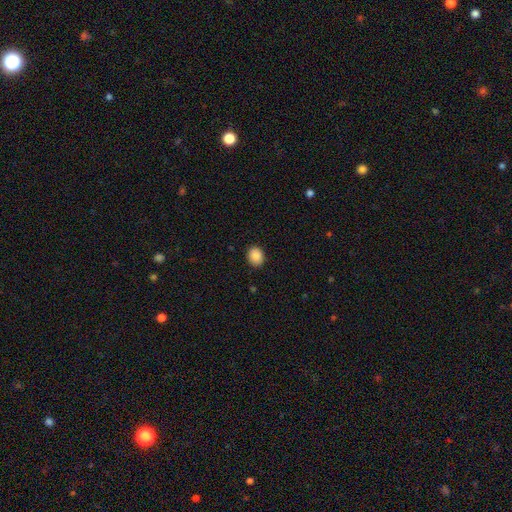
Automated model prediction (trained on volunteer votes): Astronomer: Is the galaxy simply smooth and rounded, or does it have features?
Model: smooth — 88%.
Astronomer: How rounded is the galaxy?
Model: round — 57% (runner-up: in between, 43%).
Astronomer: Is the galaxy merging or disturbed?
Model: none — 88%.